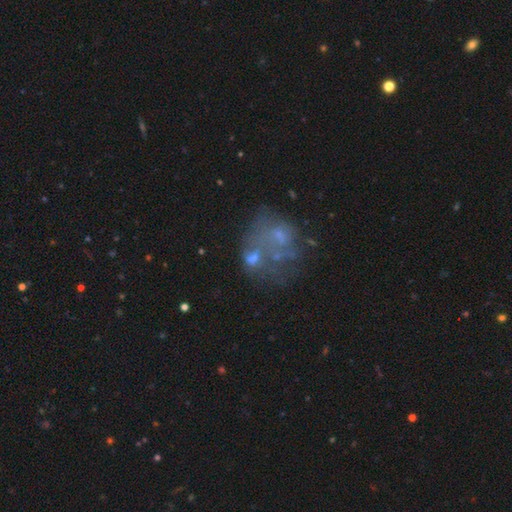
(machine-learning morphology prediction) smooth_or_featured: featured or disk (p=0.49) [alt: smooth p=0.31]
merging: merger (p=0.30) [alt: major disturbance p=0.29]